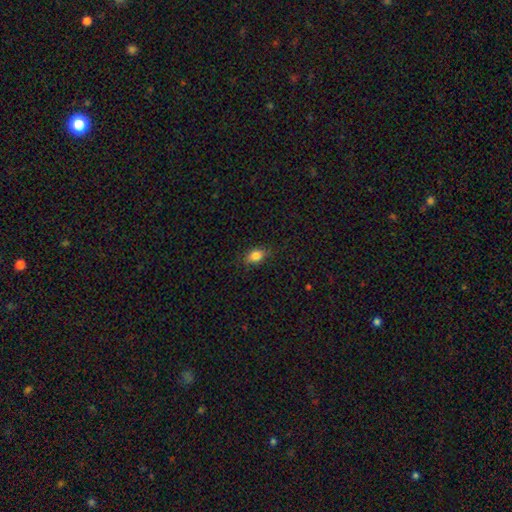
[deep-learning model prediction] Morphology: type=smooth (84%); roundness=in between (73%); merging=none (81%).